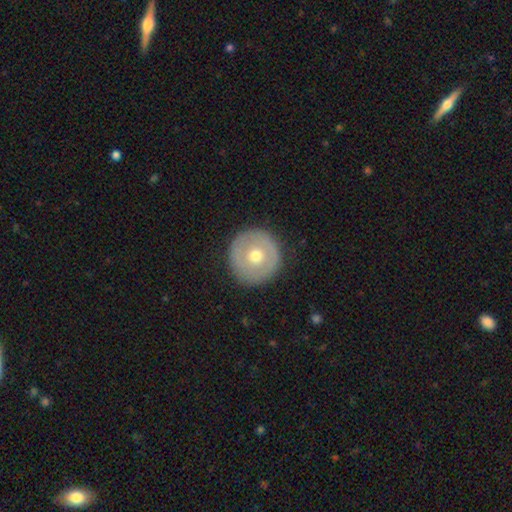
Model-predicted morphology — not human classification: A smooth galaxy with no disk features (53%) that is round (96%).

Vote fractions:
- Smooth or featured? smooth: 53% / featured or disk: 40% / star or artifact: 7%
- How rounded? round: 96% / in between: 3% / cigar-shaped: 1%
- Merging? none: 91% / minor disturbance: 6% / major disturbance: 2% / merger: 1%